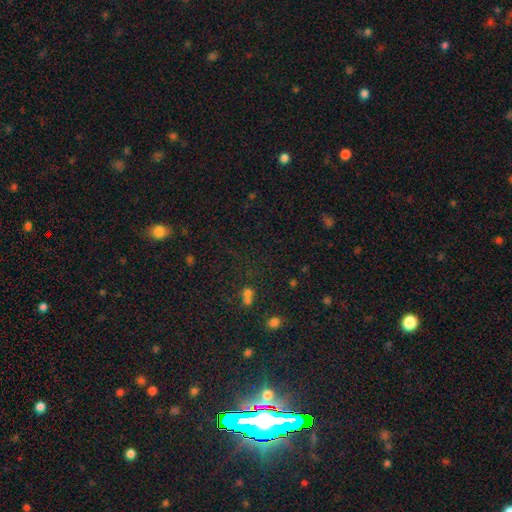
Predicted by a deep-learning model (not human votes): star or artifact 74%, smooth 17%, featured or disk 10%.